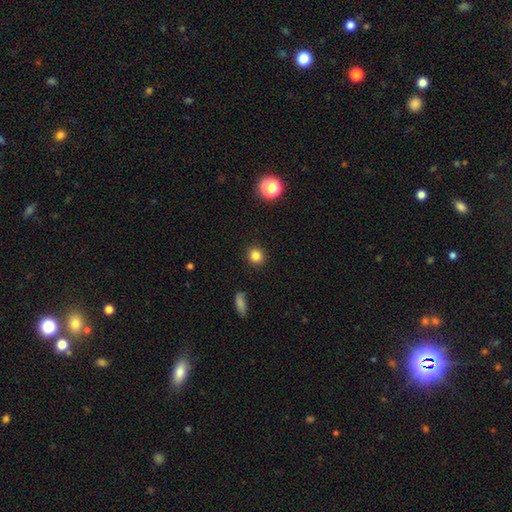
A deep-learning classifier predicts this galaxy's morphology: Smooth or featured?
  - smooth: 83% *
  - star or artifact: 12%
  - featured or disk: 5%
How rounded?
  - round: 90% *
  - in between: 9%
  - cigar-shaped: 1%
Merging?
  - none: 91% *
  - minor disturbance: 6%
  - major disturbance: 2%
  - merger: 1%